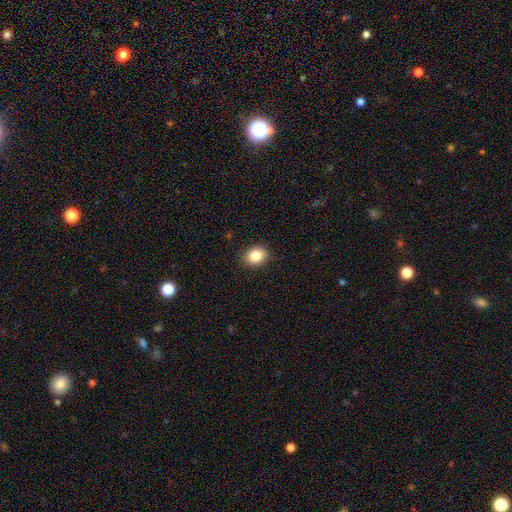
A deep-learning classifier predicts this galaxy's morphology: type=smooth (86%); roundness=in between (56%); merging=none (88%).